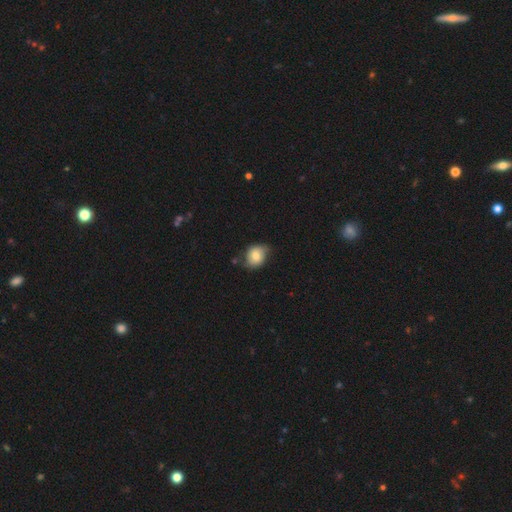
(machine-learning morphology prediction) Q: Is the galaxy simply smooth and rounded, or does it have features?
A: smooth — 69%.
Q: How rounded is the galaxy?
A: round — 53%.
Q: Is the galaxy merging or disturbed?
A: none — 56%.